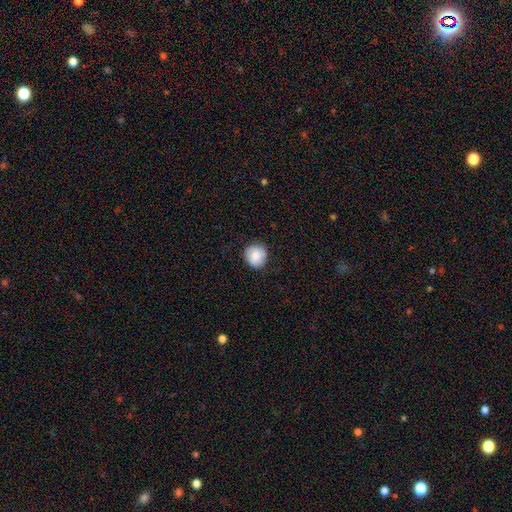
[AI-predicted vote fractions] Morphology: type=smooth (81%); roundness=round (91%); merging=none (85%).